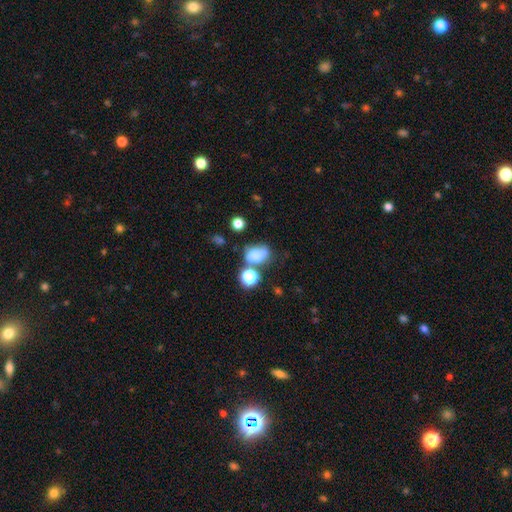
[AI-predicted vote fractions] smooth-or-featured: smooth: 74% | star or artifact: 14% | featured or disk: 12%
  how-rounded: in between: 71% | round: 27% | cigar-shaped: 2%
  merging: none: 41% | merger: 25% | minor disturbance: 22% | major disturbance: 12%